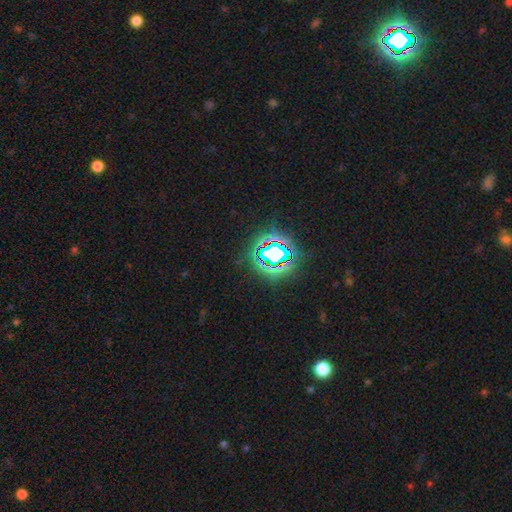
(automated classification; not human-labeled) Smooth or featured? Predicted: star or artifact (p=0.83).